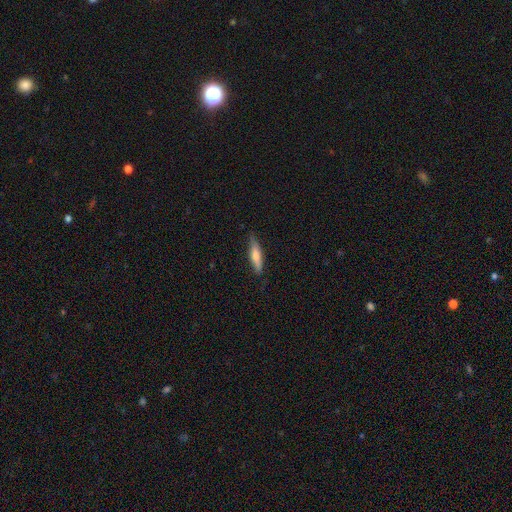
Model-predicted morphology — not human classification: Q: Smooth or featured?
A: smooth (55%); runner-up: featured or disk (39%)
Q: How rounded?
A: cigar-shaped (82%); runner-up: in between (16%)
Q: Merging?
A: none (84%); runner-up: minor disturbance (13%)